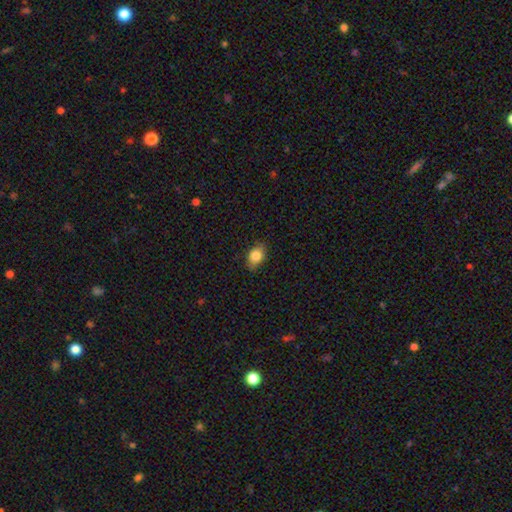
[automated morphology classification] smooth 82%, featured or disk 9%, star or artifact 9%. Down the decision tree: how rounded — in between (75%); merging — none (81%).